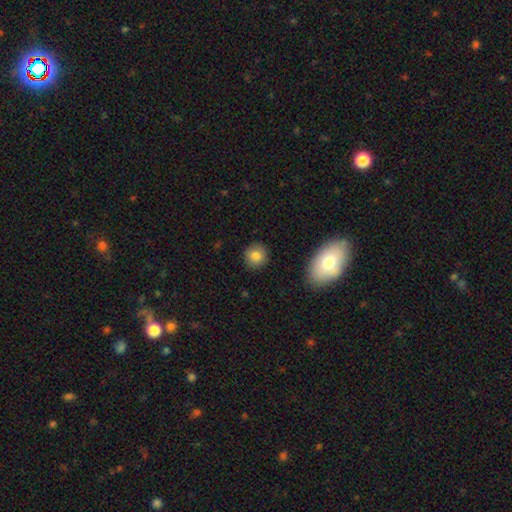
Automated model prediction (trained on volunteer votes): A smooth galaxy with no disk features (82%) that is round (92%). Merging: none (90%).